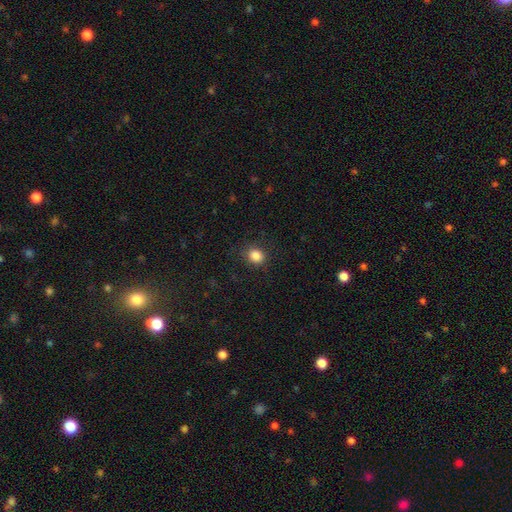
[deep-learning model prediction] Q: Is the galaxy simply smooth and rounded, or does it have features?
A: smooth — 85%.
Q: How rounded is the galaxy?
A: round — 69%.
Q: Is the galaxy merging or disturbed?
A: none — 86%.